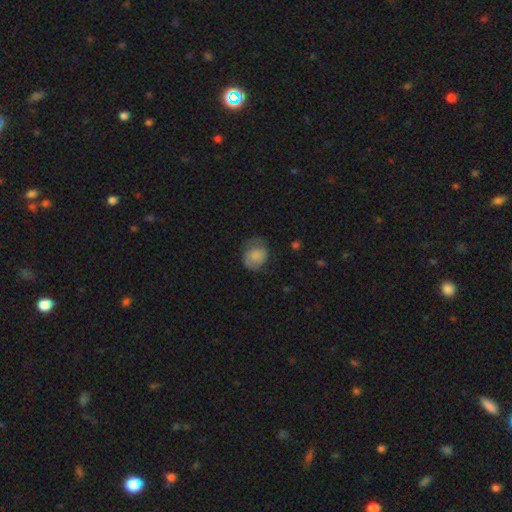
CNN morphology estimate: This appears to be a smooth galaxy with no disk features (75%) that is round (65%). Merging: none (50%).